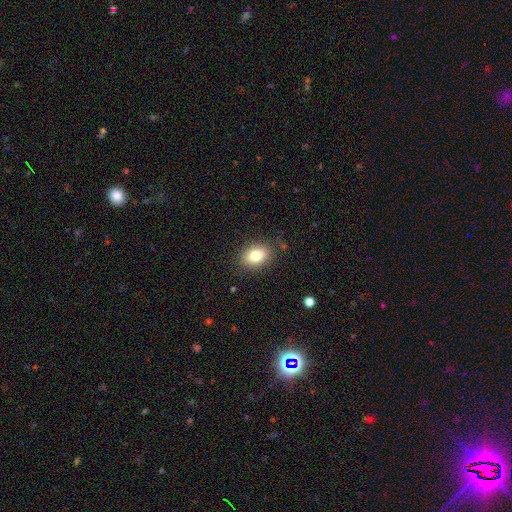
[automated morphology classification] A smooth galaxy with no disk features (80%) that is in between round and cigar-shaped (71%). Merging: none (85%).